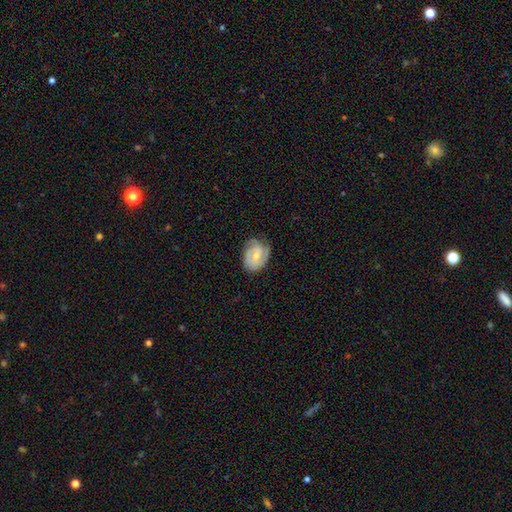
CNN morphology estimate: Overall: featured or disk (67%). Edge-on disk: no (97%). Bar: no (56%; weak 36%). Spiral arms: yes (90%). Spiral arm count: 2 (42%; can't tell 24%). Spiral winding: tight (55%; medium 34%). Bulge size: small (49%; moderate 45%). Merging: none (62%; minor disturbance 27%).